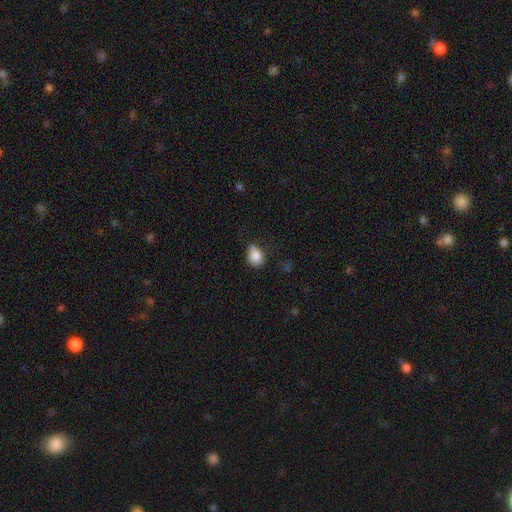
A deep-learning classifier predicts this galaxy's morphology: Q: Smooth or featured?
A: smooth (83%); runner-up: star or artifact (9%)
Q: How rounded?
A: in between (58%); runner-up: round (41%)
Q: Merging?
A: none (45%); runner-up: minor disturbance (39%)